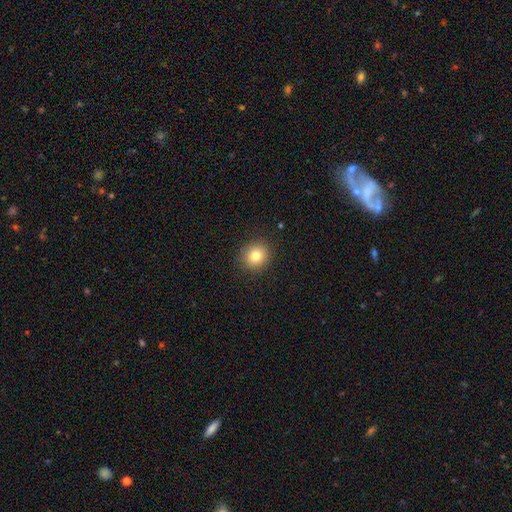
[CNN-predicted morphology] Smooth or featured: smooth — 81% (star or artifact — 11%)
How rounded: round — 85% (in between — 14%)
Merging: none — 90% (minor disturbance — 7%)